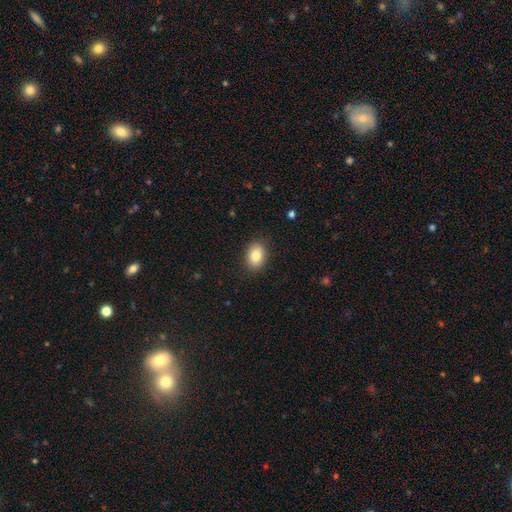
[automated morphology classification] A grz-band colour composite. It shows a smooth galaxy with no disk features (84%) that is in between round and cigar-shaped (76%). Merging: none (88%).